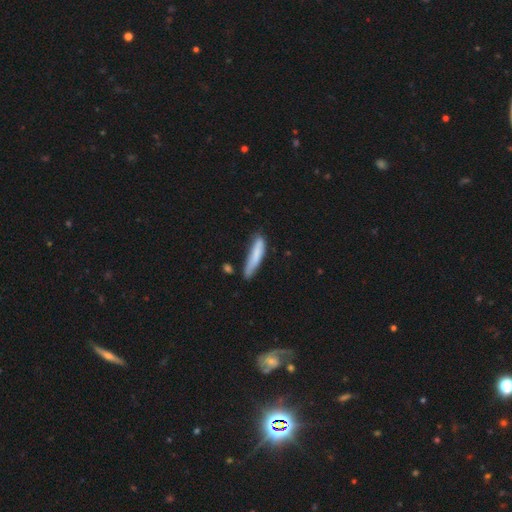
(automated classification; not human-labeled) Overall: smooth (78%). How rounded: cigar-shaped (84%). Merging: none (56%; minor disturbance 30%).